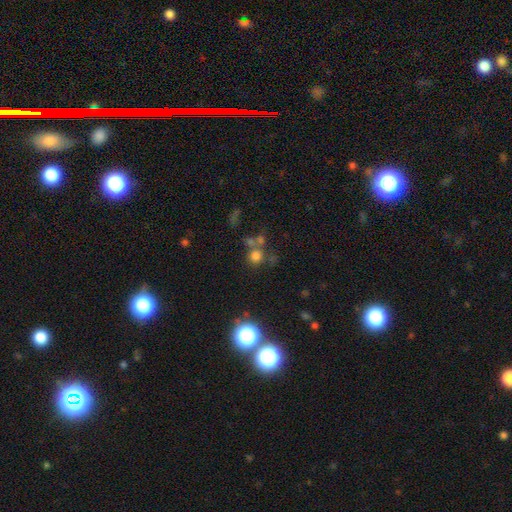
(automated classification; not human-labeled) Morphology: type=smooth (68%); roundness=round (87%); merging=none (54%).